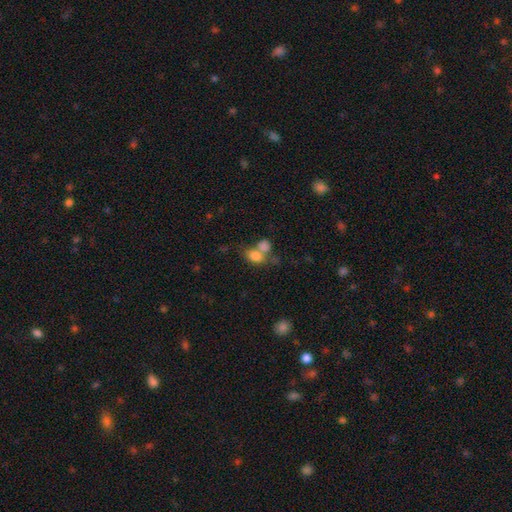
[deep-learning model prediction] Q: Smooth or featured?
A: smooth (78%); runner-up: featured or disk (11%)
Q: How rounded?
A: in between (69%); runner-up: round (29%)
Q: Merging?
A: merger (54%); runner-up: none (30%)